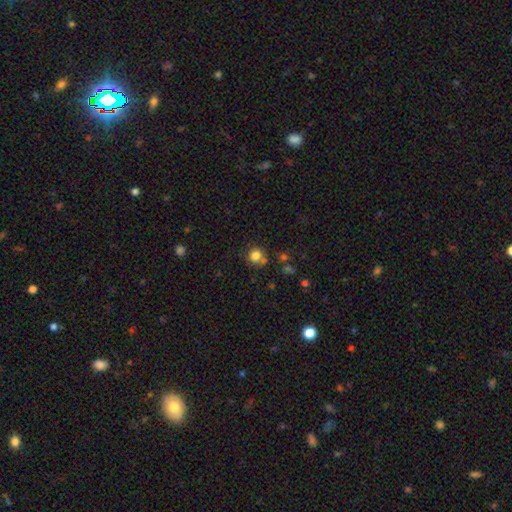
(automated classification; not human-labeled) Morphology: type=smooth (80%); roundness=round (89%); merging=none (71%).